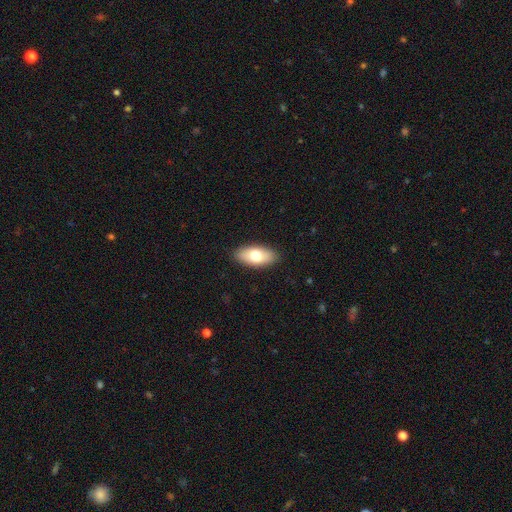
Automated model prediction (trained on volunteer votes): Overall: smooth (73%). How rounded: in between (90%). Merging: none (89%).